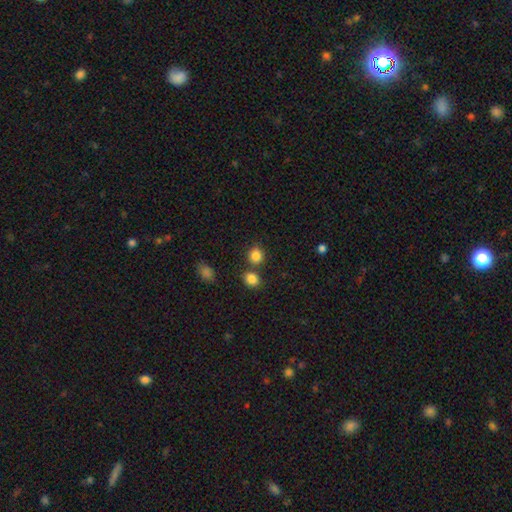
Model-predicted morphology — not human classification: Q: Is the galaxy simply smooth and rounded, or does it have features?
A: smooth — 84%.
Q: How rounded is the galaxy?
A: round — 84%.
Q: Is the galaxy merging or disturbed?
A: none — 71%.